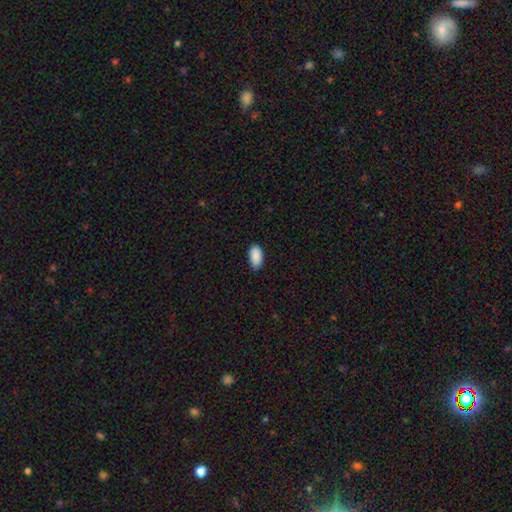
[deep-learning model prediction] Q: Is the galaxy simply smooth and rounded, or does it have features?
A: smooth — 87%.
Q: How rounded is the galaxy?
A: in between — 95%.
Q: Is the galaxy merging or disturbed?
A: none — 81%.